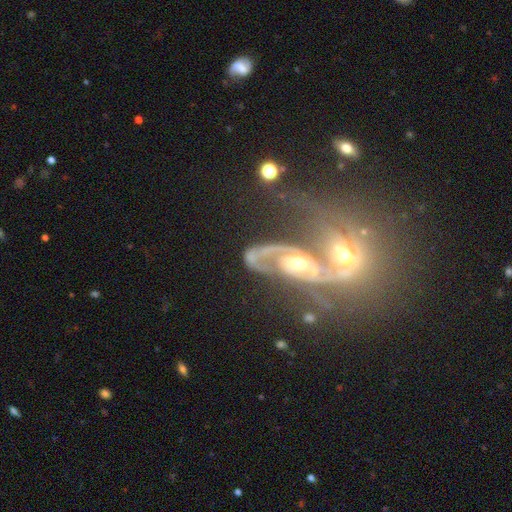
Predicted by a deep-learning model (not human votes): Smooth or featured: featured or disk — 73% (smooth — 16%)
Edge-on disk: no — 94% (yes — 6%)
Bar: no — 51% (weak — 31%)
Spiral arms: yes — 90% (no — 10%)
Spiral winding: medium — 45% (tight — 30%)
Spiral arm count: 2 — 77% (can't tell — 7%)
Bulge size: moderate — 57% (small — 33%)
Merging: none — 41% (merger — 24%)